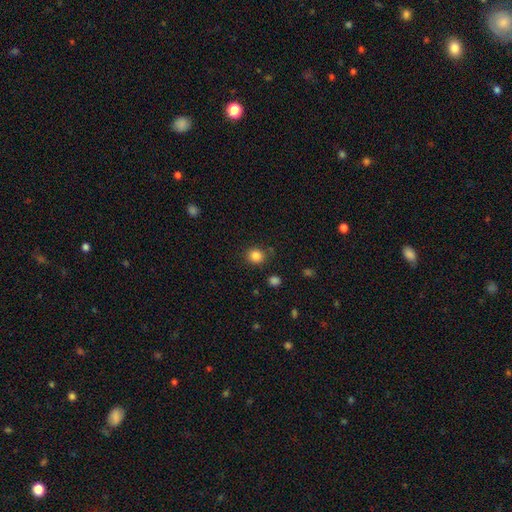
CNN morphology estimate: This appears to be a smooth galaxy with no disk features (85%) that is round (84%). Merging: none (84%).